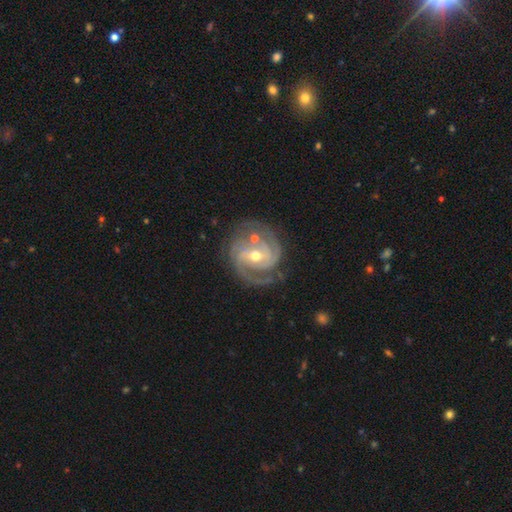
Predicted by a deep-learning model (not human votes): Smooth or featured? Predicted: featured or disk (p=0.91). Edge-on disk? Predicted: no (p=0.98). Bar? Predicted: weak (p=0.42). Spiral arms? Predicted: yes (p=0.98). Spiral winding? Predicted: tight (p=0.61). Spiral arm count? Predicted: 2 (p=0.40). Bulge size? Predicted: moderate (p=0.60). Merging? Predicted: none (p=0.71).